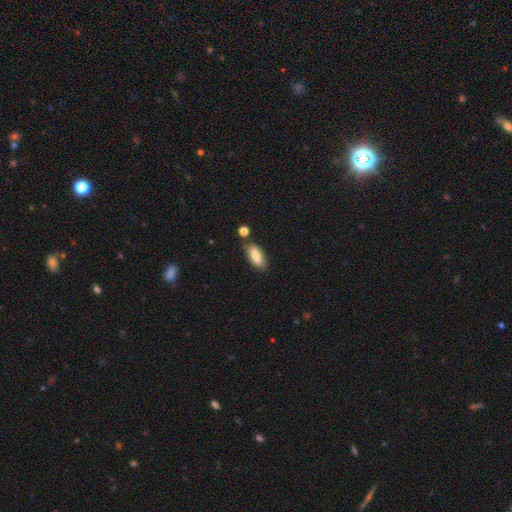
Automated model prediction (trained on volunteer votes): Smooth or featured? Predicted: smooth (p=0.80). How rounded? Predicted: in between (p=0.80). Merging? Predicted: none (p=0.72).